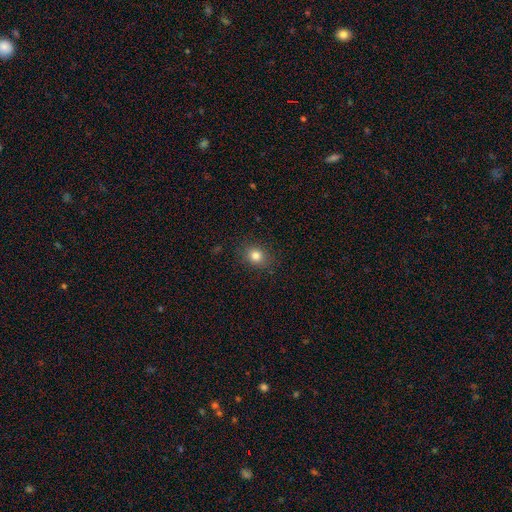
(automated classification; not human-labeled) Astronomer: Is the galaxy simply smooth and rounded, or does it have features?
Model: smooth — 81%.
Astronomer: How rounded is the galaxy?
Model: round — 55% (runner-up: in between, 44%).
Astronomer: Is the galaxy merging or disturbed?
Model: none — 86%.